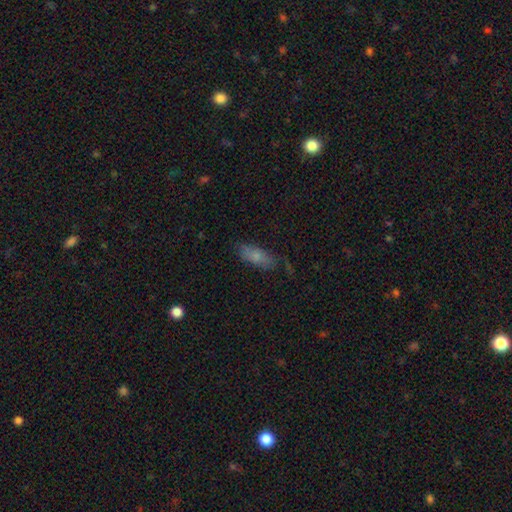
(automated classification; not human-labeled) Overall: smooth (76%). How rounded: in between (76%). Merging: none (64%; minor disturbance 25%).